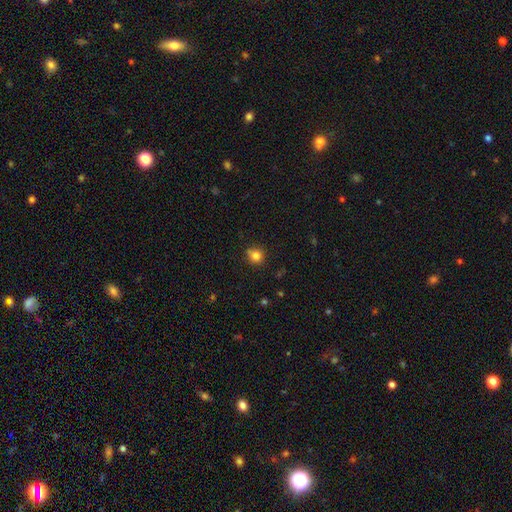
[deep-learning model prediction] Overall: smooth (82%). How rounded: round (86%). Merging: none (76%).